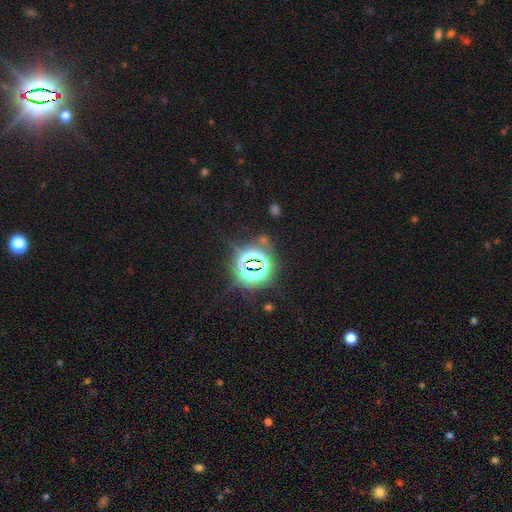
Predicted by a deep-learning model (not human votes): Morphology: type=star or artifact (81%).